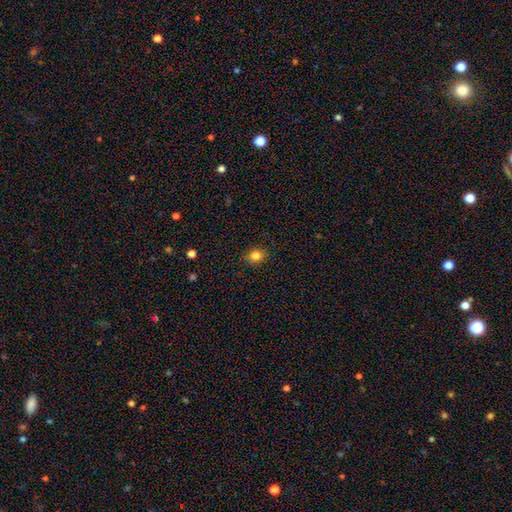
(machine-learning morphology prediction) Smooth or featured? Predicted: smooth (p=0.82). How rounded? Predicted: round (p=0.60). Merging? Predicted: none (p=0.87).